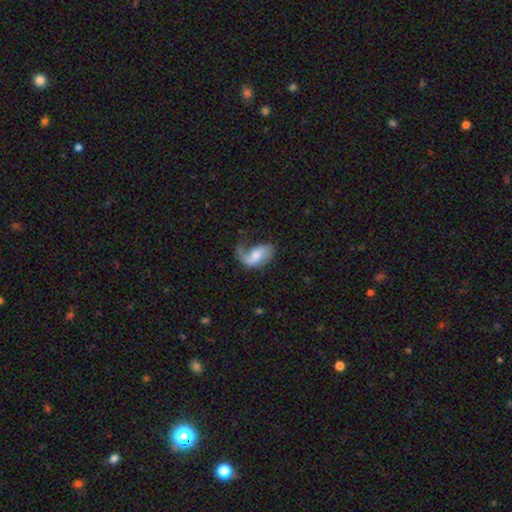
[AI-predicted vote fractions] The model was most divided on "merging": major disturbance: 39%, none: 33%, minor disturbance: 24%, merger: 4%. Remaining: edge-on disk — no (96%); spiral arms — yes (88%); spiral winding — loose (68%); smooth or featured — featured or disk (62%); spiral arm count — 1 (55%); bar — no (48%); bulge size — moderate (43%).